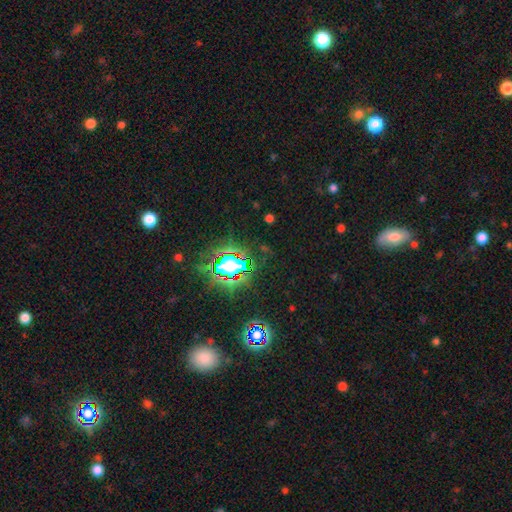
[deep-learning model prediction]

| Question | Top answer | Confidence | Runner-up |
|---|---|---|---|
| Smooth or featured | star or artifact | 80% | smooth (12%) |